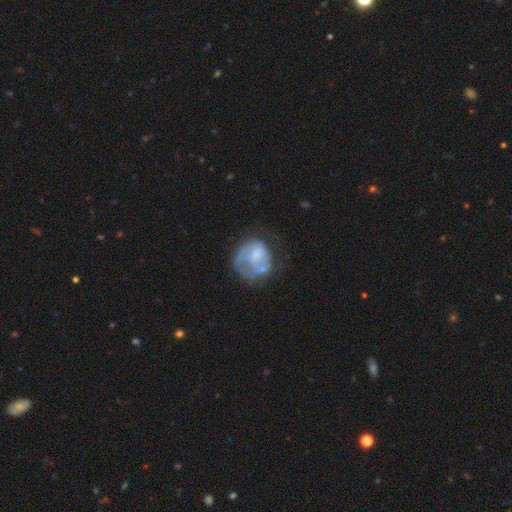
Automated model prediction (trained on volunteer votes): Q: Smooth or featured?
A: featured or disk (51%); runner-up: smooth (41%)
Q: Edge-on disk?
A: no (98%); runner-up: yes (2%)
Q: Bar?
A: no (71%); runner-up: weak (24%)
Q: Spiral arms?
A: no (65%); runner-up: yes (35%)
Q: Bulge size?
A: none (35%); runner-up: moderate (31%)
Q: Merging?
A: none (37%); runner-up: major disturbance (30%)